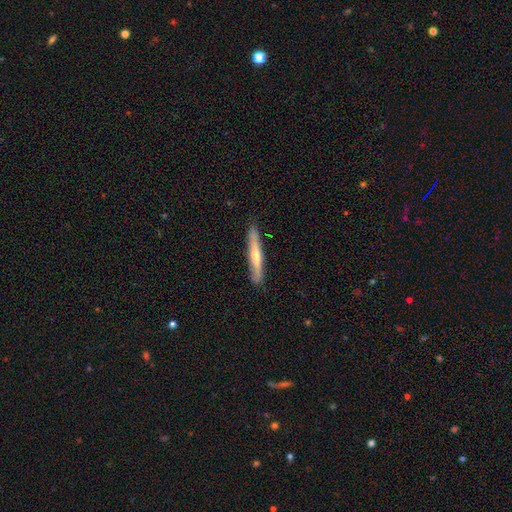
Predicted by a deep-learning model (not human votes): A smooth galaxy with no disk features (51%) that is cigar-shaped (94%). Merging: none (87%).